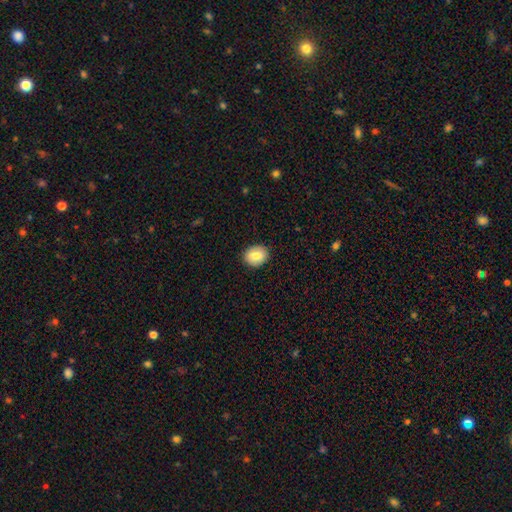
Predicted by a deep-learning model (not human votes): A smooth galaxy with no disk features (78%) that is round (54%). Merging: none (89%).